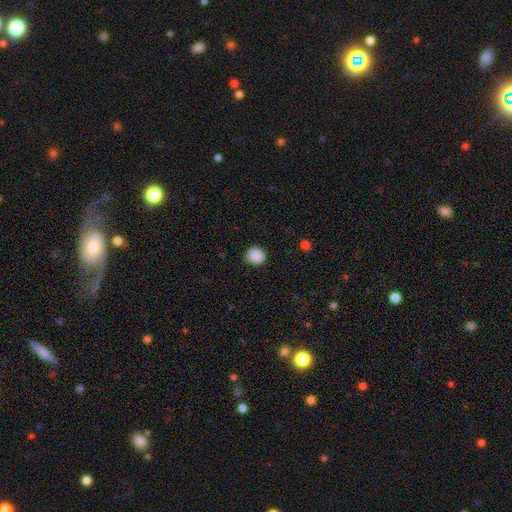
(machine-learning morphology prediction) Q: Smooth or featured?
A: smooth (89%); runner-up: star or artifact (9%)
Q: How rounded?
A: round (88%); runner-up: in between (11%)
Q: Merging?
A: none (87%); runner-up: minor disturbance (9%)